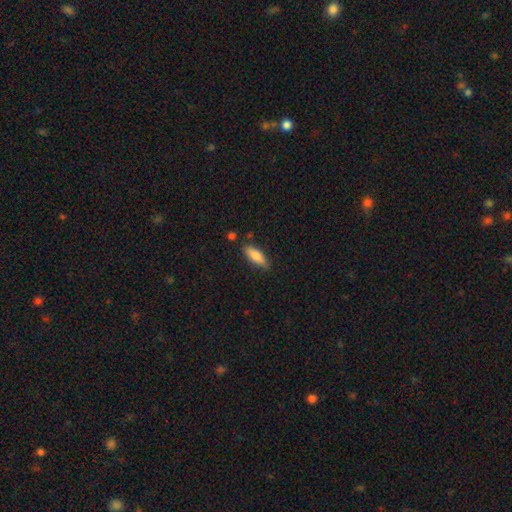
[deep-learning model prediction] The model was most divided on "how rounded": in between: 64%, cigar-shaped: 34%, round: 2%. More confident: smooth or featured — smooth (83%); merging — none (79%).